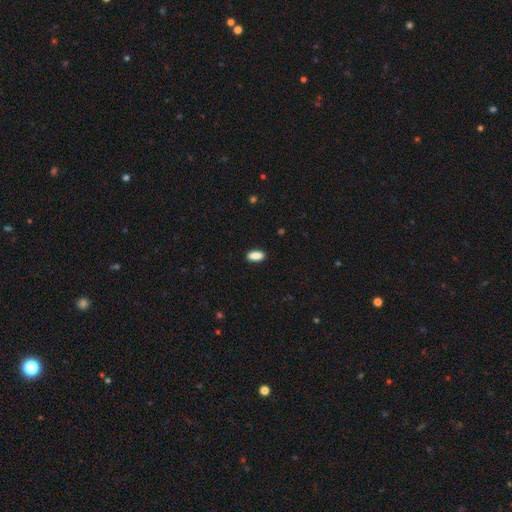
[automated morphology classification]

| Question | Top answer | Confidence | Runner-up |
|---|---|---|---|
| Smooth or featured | smooth | 89% | star or artifact (7%) |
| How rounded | in between | 84% | cigar-shaped (13%) |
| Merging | none | 88% | minor disturbance (9%) |